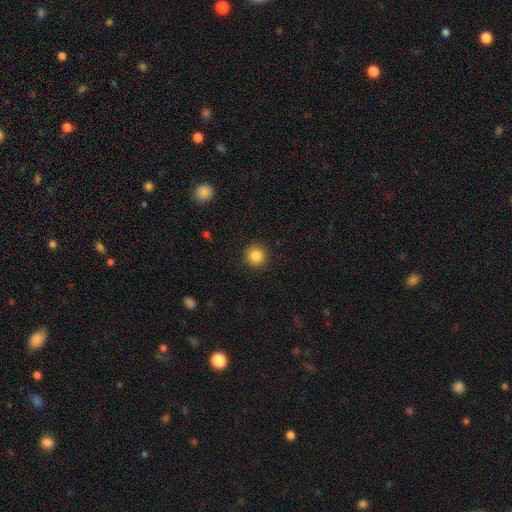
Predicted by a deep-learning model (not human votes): smooth_or_featured: smooth (p=0.85) [alt: star or artifact p=0.10]
how_rounded: round (p=0.94) [alt: in between p=0.05]
merging: none (p=0.92) [alt: minor disturbance p=0.06]